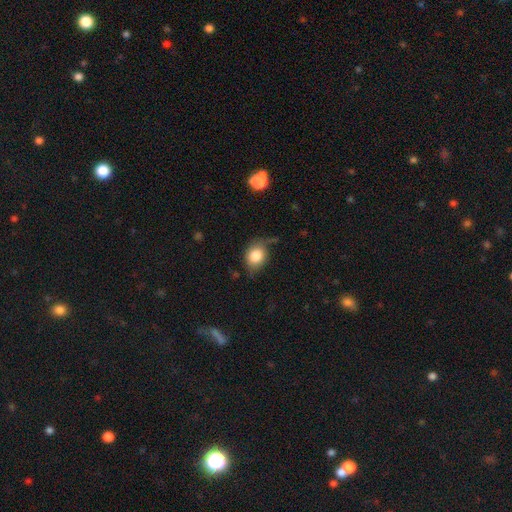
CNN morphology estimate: Q: Smooth or featured?
A: smooth (80%); runner-up: featured or disk (11%)
Q: How rounded?
A: in between (52%); runner-up: round (47%)
Q: Merging?
A: none (57%); runner-up: minor disturbance (30%)